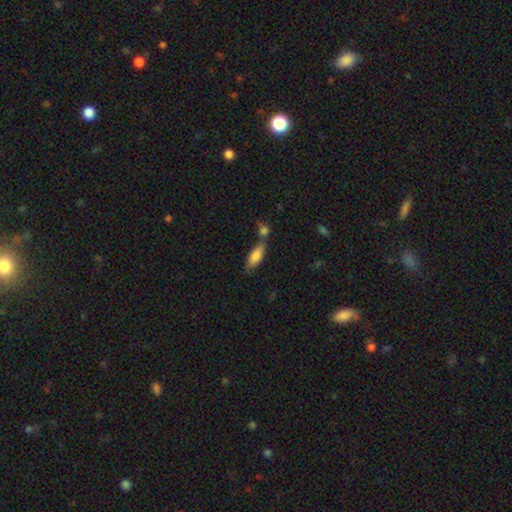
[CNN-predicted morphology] Smooth or featured?
  - smooth: 79% *
  - featured or disk: 14%
  - star or artifact: 7%
How rounded?
  - in between: 64% *
  - cigar-shaped: 34%
  - round: 2%
Merging?
  - none: 49% *
  - merger: 30%
  - minor disturbance: 16%
  - major disturbance: 5%